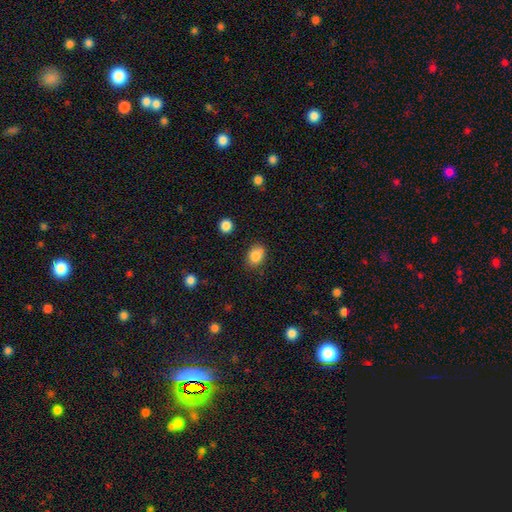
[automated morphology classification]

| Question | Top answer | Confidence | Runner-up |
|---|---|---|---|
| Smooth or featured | smooth | 85% | star or artifact (9%) |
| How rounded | in between | 62% | round (37%) |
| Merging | none | 81% | minor disturbance (14%) |